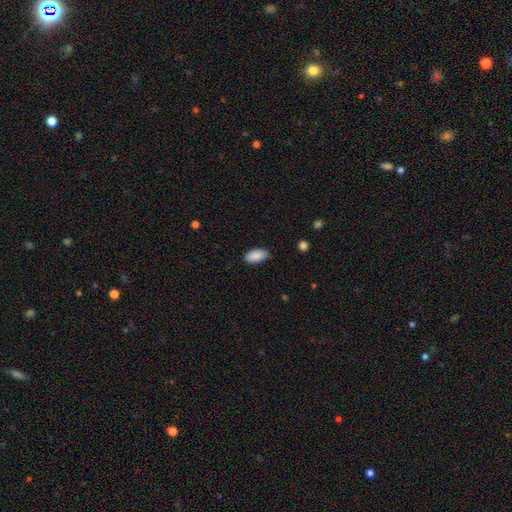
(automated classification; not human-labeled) smooth_or_featured: smooth (p=0.89) [alt: star or artifact p=0.06]
how_rounded: in between (p=0.94) [alt: cigar-shaped p=0.04]
merging: none (p=0.83) [alt: minor disturbance p=0.14]